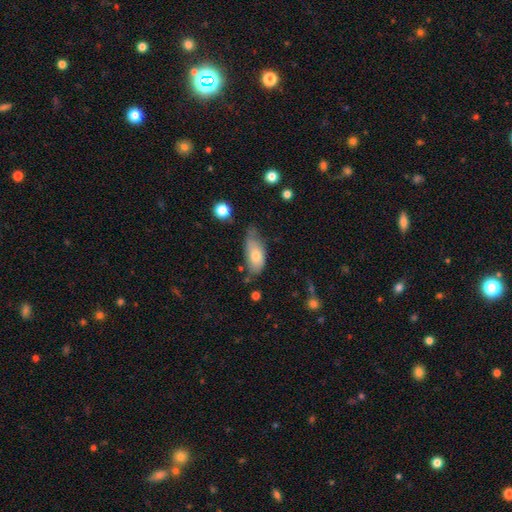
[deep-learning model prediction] This is likely a smooth galaxy (73%). How rounded: clearly in between (90%). Merging: marginally minor disturbance (43%).